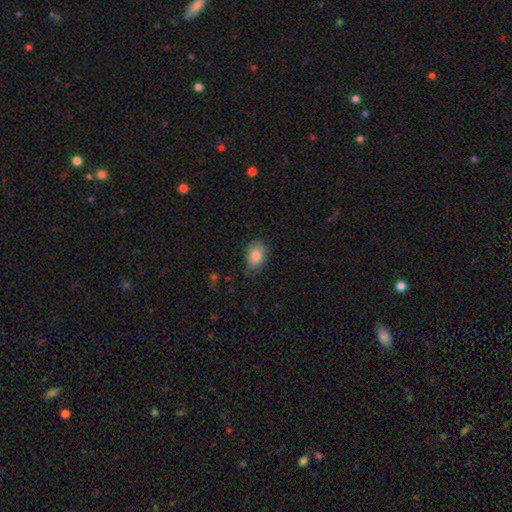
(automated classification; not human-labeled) smooth_or_featured: smooth (p=0.85) [alt: star or artifact p=0.08]
how_rounded: in between (p=0.78) [alt: round p=0.21]
merging: none (p=0.72) [alt: minor disturbance p=0.22]